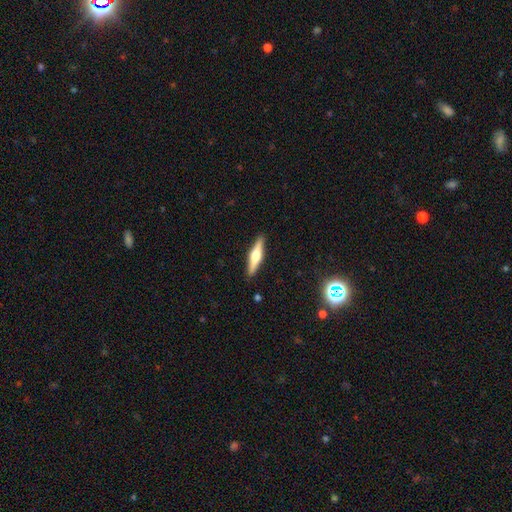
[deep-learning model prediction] A featured or disk galaxy (61%) viewed edge-on (97%) with a rounded central bulge (93%).

Vote fractions:
- Smooth or featured? featured or disk: 61% / smooth: 33% / star or artifact: 6%
- Edge-on disk? yes: 97% / no: 3%
- Edge-on bulge? rounded: 93% / boxy: 5% / none: 2%
- Merging? none: 91% / minor disturbance: 7% / major disturbance: 1% / merger: 1%